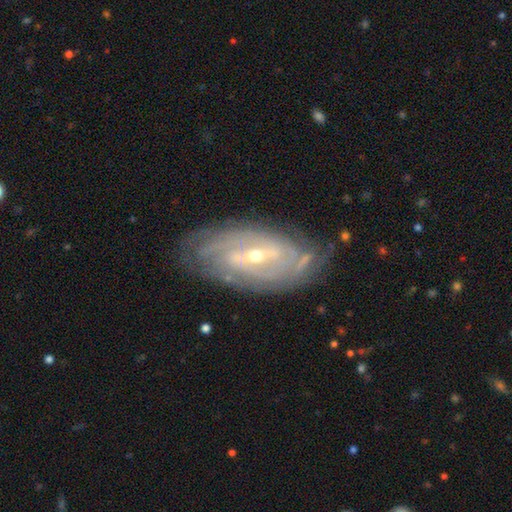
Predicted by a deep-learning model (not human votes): This is clearly a featured or disk galaxy (87%). It is clearly not viewed edge-on (92%). Bar: marginally weak (43%). Spiral arm pattern: clearly yes (94%). Spiral arm count: marginally can't tell (39%). Spiral winding: likely tight (74%). Central bulge: possibly small (58%). Merging: likely none (78%).